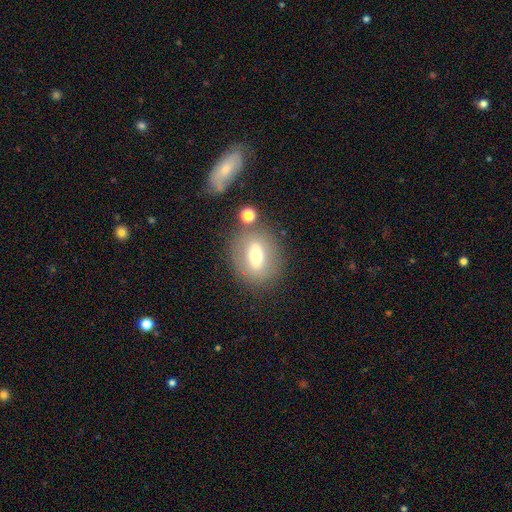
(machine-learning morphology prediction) A smooth galaxy with no disk features (58%) that is in between round and cigar-shaped (57%).

Vote fractions:
- Smooth or featured? smooth: 58% / featured or disk: 32% / star or artifact: 10%
- How rounded? in between: 57% / round: 40% / cigar-shaped: 3%
- Merging? none: 71% / minor disturbance: 14% / merger: 10% / major disturbance: 6%